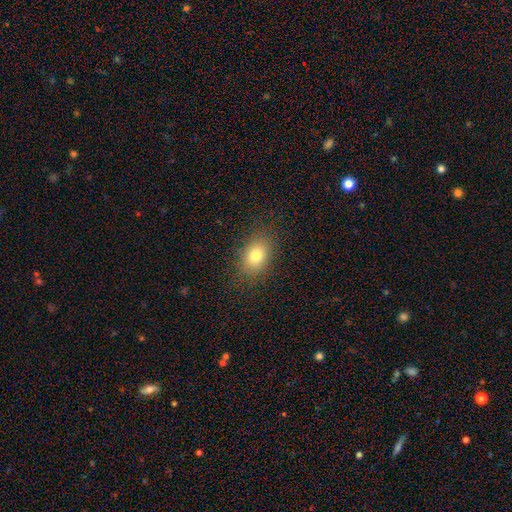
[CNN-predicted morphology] smooth 79%, star or artifact 11%, featured or disk 10%. Down the decision tree: how rounded — in between (76%); merging — none (84%).